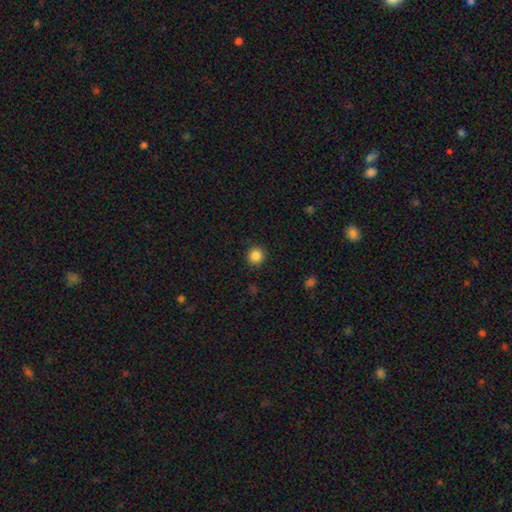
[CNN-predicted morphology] type=smooth (86%); roundness=round (94%); merging=none (91%).